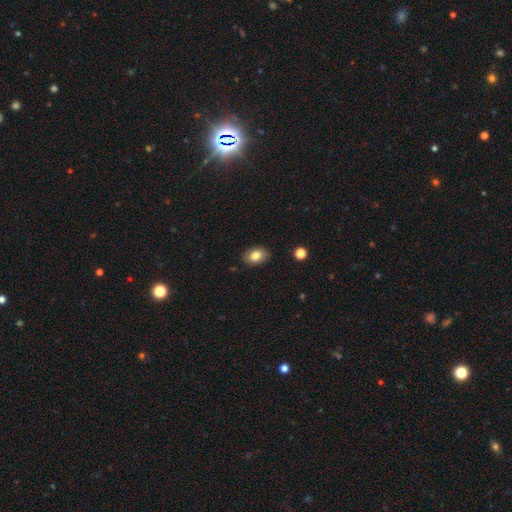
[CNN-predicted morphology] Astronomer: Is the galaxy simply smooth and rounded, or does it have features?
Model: smooth — 82%.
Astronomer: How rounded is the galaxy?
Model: in between — 77%.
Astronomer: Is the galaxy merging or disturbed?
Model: none — 87%.